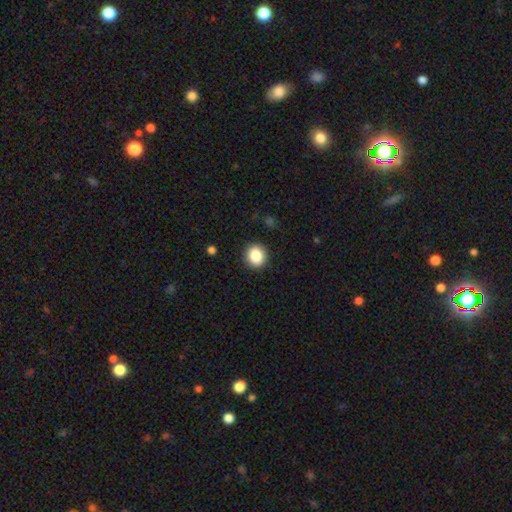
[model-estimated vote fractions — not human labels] Smooth or featured? Predicted: smooth (p=0.87). How rounded? Predicted: round (p=0.82). Merging? Predicted: none (p=0.91).